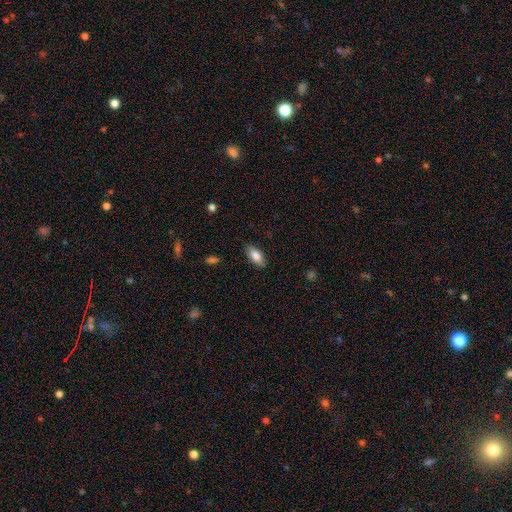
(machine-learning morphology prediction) Smooth or featured? smooth (84%)
How rounded? in between (88%)
Merging? none (85%)